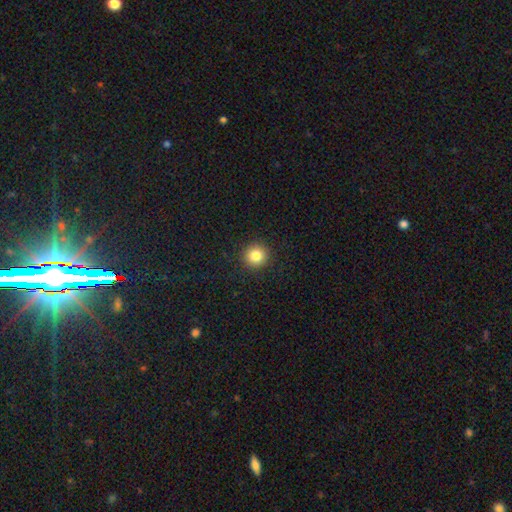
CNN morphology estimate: This is clearly a smooth galaxy (83%). How rounded: clearly round (94%). Merging: clearly none (92%).